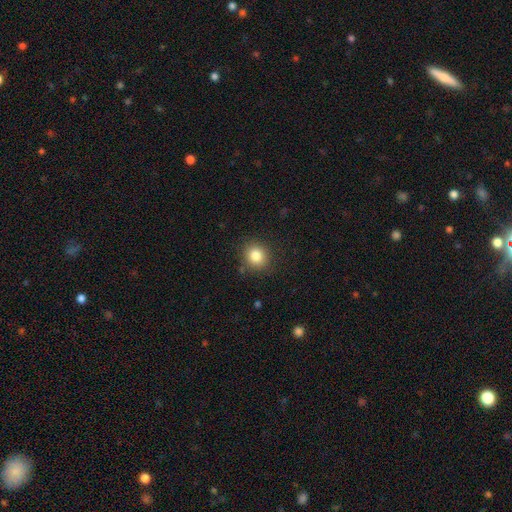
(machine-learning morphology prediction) This appears to be a smooth galaxy with no disk features (83%) that is round (82%). Merging: none (87%).